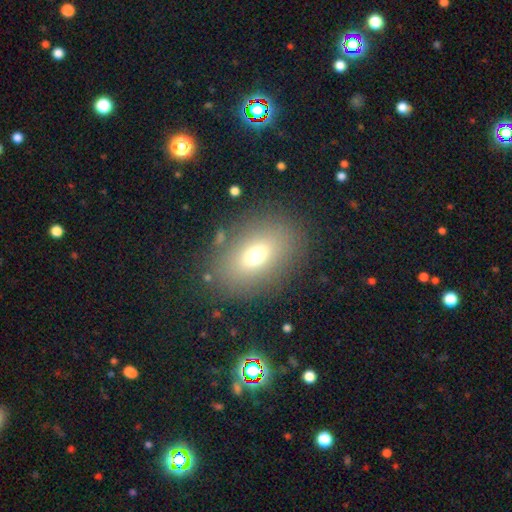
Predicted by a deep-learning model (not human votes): Smooth or featured?
  - smooth: 68% *
  - featured or disk: 18%
  - star or artifact: 14%
How rounded?
  - in between: 77% *
  - round: 20%
  - cigar-shaped: 2%
Merging?
  - none: 83% *
  - minor disturbance: 9%
  - major disturbance: 5%
  - merger: 2%